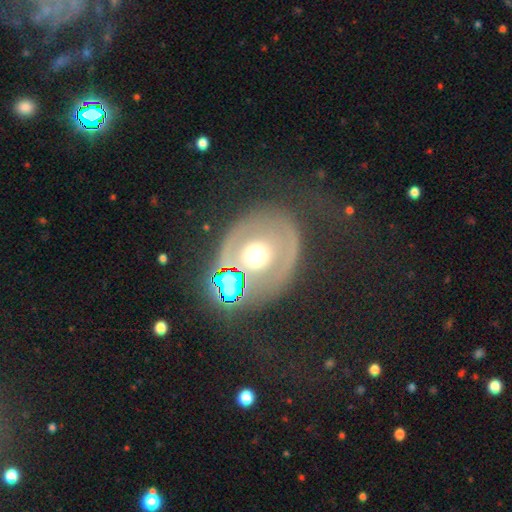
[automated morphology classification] Q: Smooth or featured?
A: featured or disk (56%); runner-up: smooth (31%)
Q: Edge-on disk?
A: no (93%); runner-up: yes (7%)
Q: Bar?
A: no (73%); runner-up: weak (17%)
Q: Spiral arms?
A: no (59%); runner-up: yes (41%)
Q: Bulge size?
A: moderate (62%); runner-up: large (24%)
Q: Merging?
A: none (64%); runner-up: minor disturbance (16%)